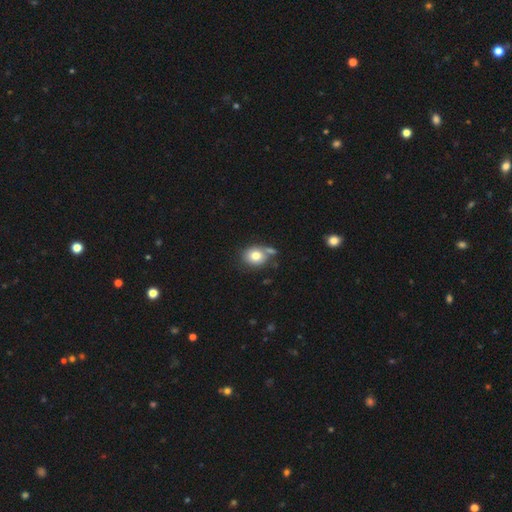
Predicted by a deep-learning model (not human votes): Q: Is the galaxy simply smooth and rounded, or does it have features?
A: smooth — 77%.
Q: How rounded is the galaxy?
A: round — 59%.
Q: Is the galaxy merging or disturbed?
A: none — 56%.